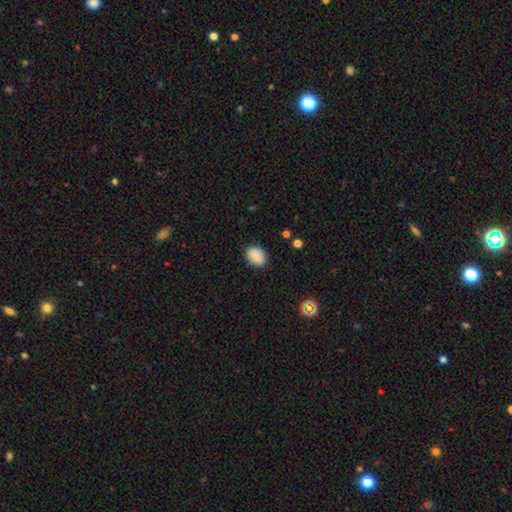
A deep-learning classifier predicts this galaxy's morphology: Q: Smooth or featured?
A: smooth (87%); runner-up: star or artifact (9%)
Q: How rounded?
A: in between (67%); runner-up: round (32%)
Q: Merging?
A: none (84%); runner-up: minor disturbance (13%)